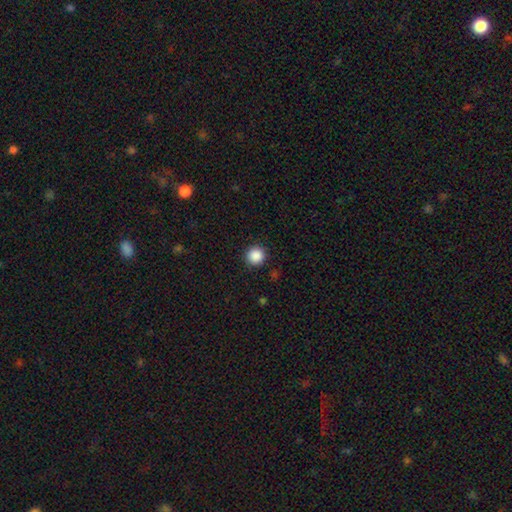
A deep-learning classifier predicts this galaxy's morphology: Smooth or featured? smooth (88%)
How rounded? round (96%)
Merging? none (91%)